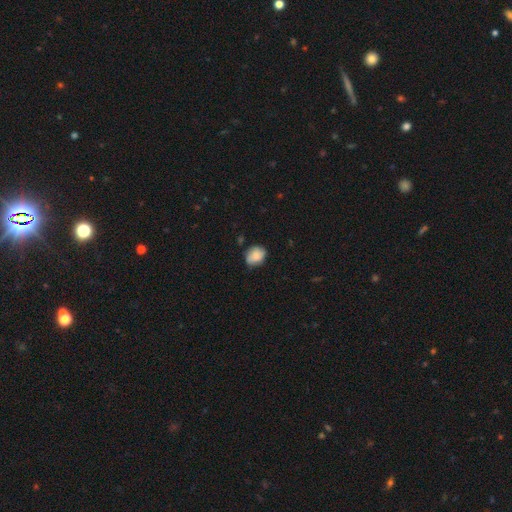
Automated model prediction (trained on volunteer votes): Q: Smooth or featured?
A: smooth (75%); runner-up: featured or disk (16%)
Q: How rounded?
A: round (54%); runner-up: in between (45%)
Q: Merging?
A: none (64%); runner-up: minor disturbance (28%)